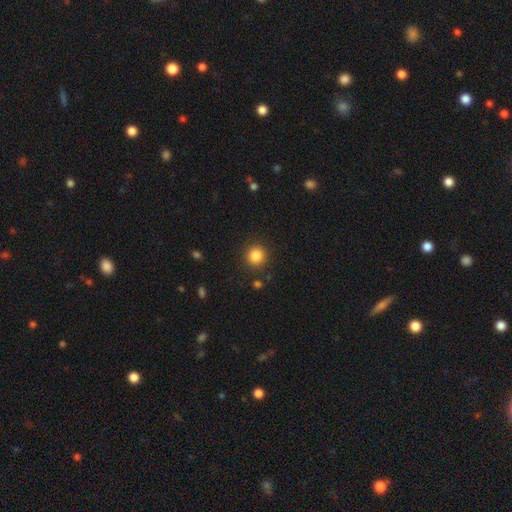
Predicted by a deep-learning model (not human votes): This appears to be a smooth galaxy with no disk features (86%) that is round (93%). Merging: none (88%).